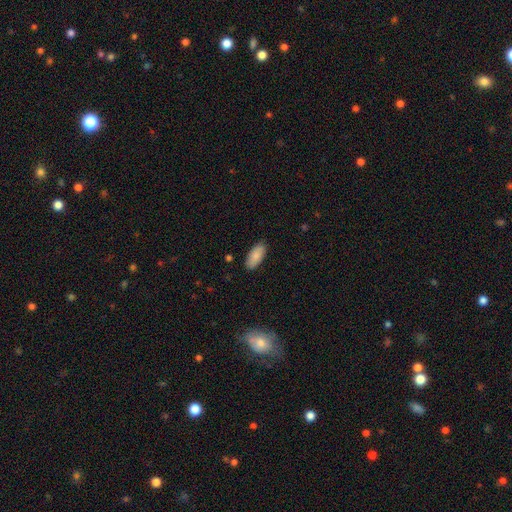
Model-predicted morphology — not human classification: Smooth or featured: smooth — 87% (featured or disk — 7%)
How rounded: in between — 90% (cigar-shaped — 8%)
Merging: none — 87% (minor disturbance — 10%)